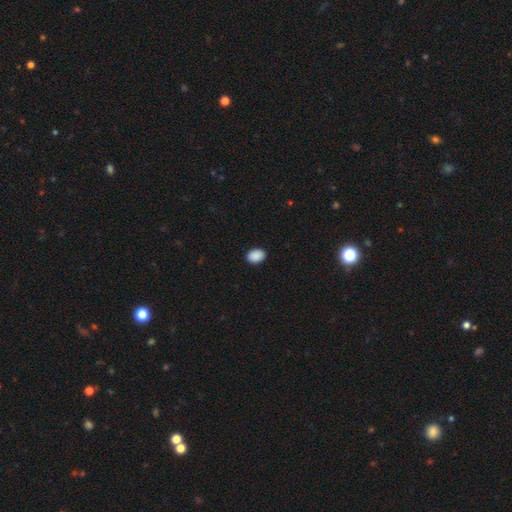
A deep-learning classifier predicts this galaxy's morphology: A smooth galaxy with no disk features (90%) that is in between round and cigar-shaped (74%). Merging: none (90%).